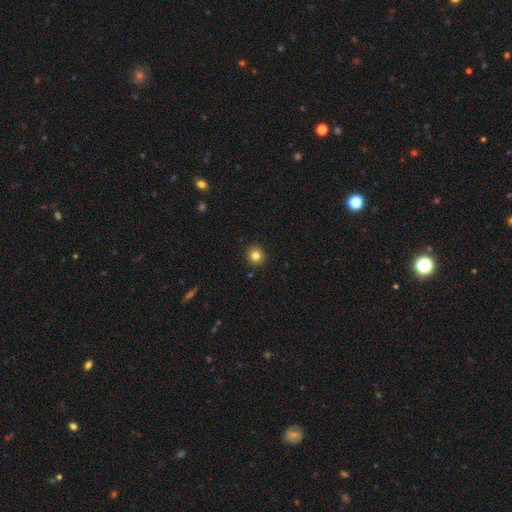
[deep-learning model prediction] A smooth galaxy with no disk features (82%) that is round (88%). Merging: none (91%).